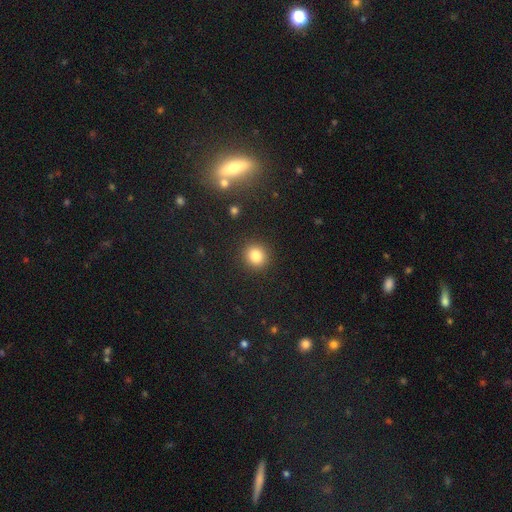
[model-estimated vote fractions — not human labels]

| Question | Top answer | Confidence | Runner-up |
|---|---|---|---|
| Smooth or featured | smooth | 83% | star or artifact (12%) |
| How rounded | round | 84% | in between (15%) |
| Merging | none | 91% | minor disturbance (6%) |